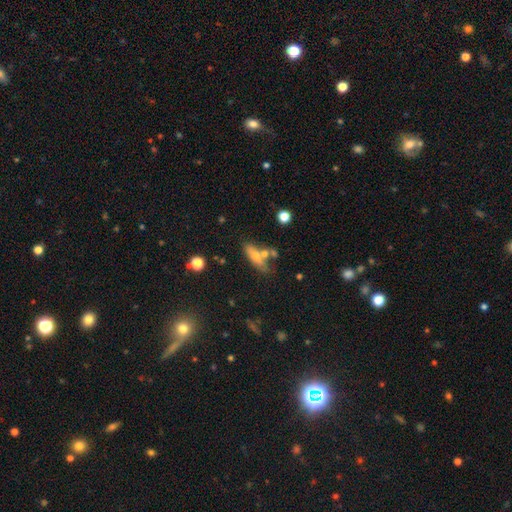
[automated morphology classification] A smooth galaxy with no disk features (55%) that is cigar-shaped (49%). Merging: none (55%).